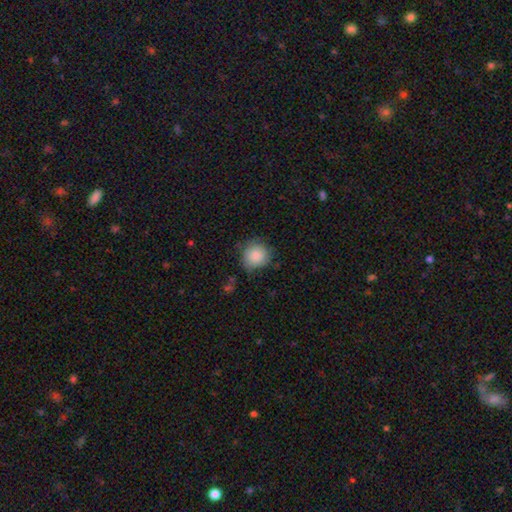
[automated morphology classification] Smooth or featured? smooth (87%)
How rounded? round (88%)
Merging? none (73%)